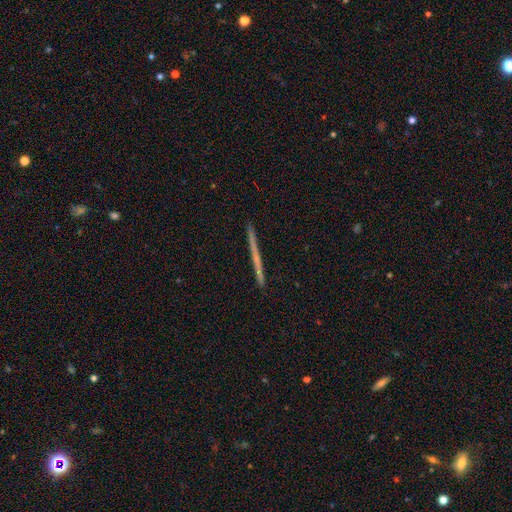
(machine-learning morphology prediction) smooth-or-featured: featured or disk: 55% | smooth: 39% | star or artifact: 6%
  disk-edge-on: yes: 98% | no: 2%
    edge-on-bulge: none: 90% | rounded: 8% | boxy: 3%
  merging: none: 93% | minor disturbance: 5% | major disturbance: 1% | merger: 1%